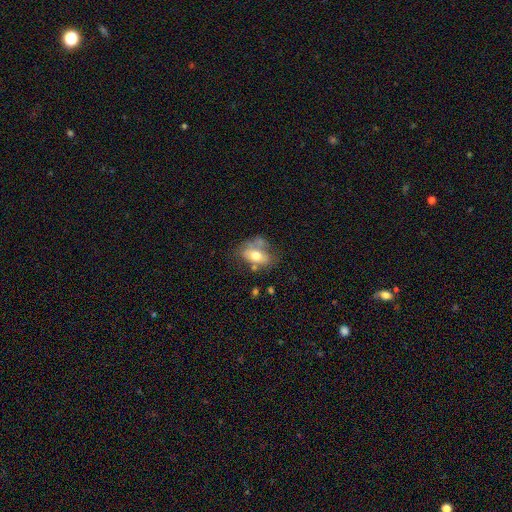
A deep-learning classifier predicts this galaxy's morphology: smooth 58%, featured or disk 33%, star or artifact 8%. Down the decision tree: how rounded — in between (81%); merging — none (41%).